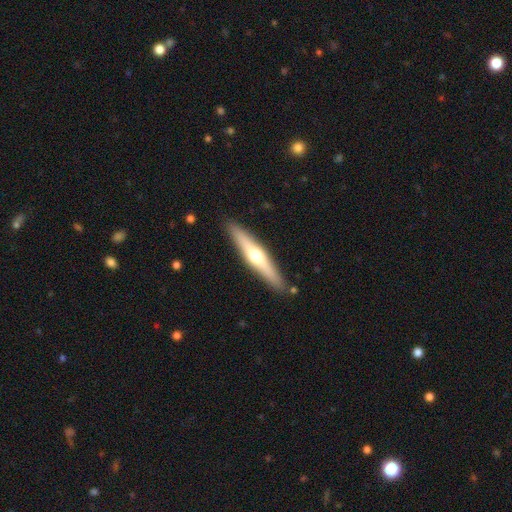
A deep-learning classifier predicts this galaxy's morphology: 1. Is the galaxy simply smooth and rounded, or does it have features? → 57% featured or disk, 38% smooth, 5% star or artifact.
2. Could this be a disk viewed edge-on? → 94% yes, 6% no.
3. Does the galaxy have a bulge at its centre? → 90% rounded, 6% none, 3% boxy.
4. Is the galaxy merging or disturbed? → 89% none, 8% minor disturbance, 2% merger, 2% major disturbance.